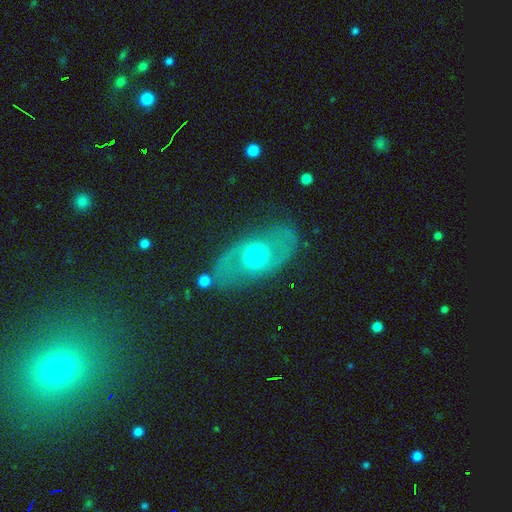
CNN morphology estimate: A featured or disk galaxy (77%) with no bar (70%), 2 (90%) medium (48%) spiral arms (79%) and a moderate central bulge (61%).

Vote fractions:
- Smooth or featured? featured or disk: 77% / smooth: 16% / star or artifact: 7%
- Edge-on disk? no: 93% / yes: 7%
- Bar? no: 70% / weak: 23% / strong: 7%
- Spiral arms? yes: 79% / no: 21%
- Spiral winding? medium: 48% / loose: 31% / tight: 21%
- Spiral arm count? 2: 90% / can't tell: 5% / 1: 2% / 3: 1% / 4: 1% / more than 4: 1%
- Bulge size? moderate: 61% / small: 29% / large: 7% / dominant: 1% / none: 1%
- Merging? none: 78% / minor disturbance: 12% / major disturbance: 6% / merger: 3%